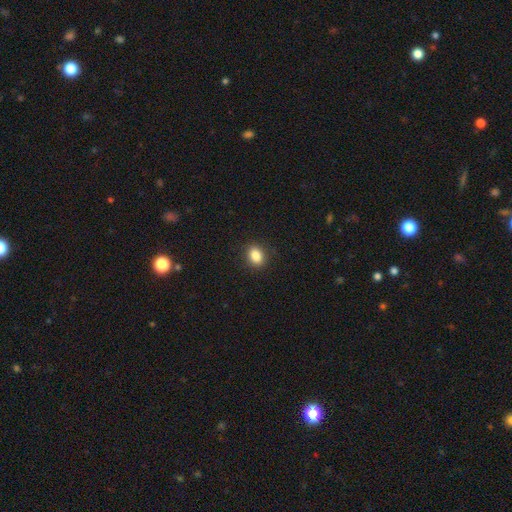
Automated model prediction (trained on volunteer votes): This appears to be a smooth galaxy with no disk features (86%) that is in between round and cigar-shaped (64%). Merging: none (89%).